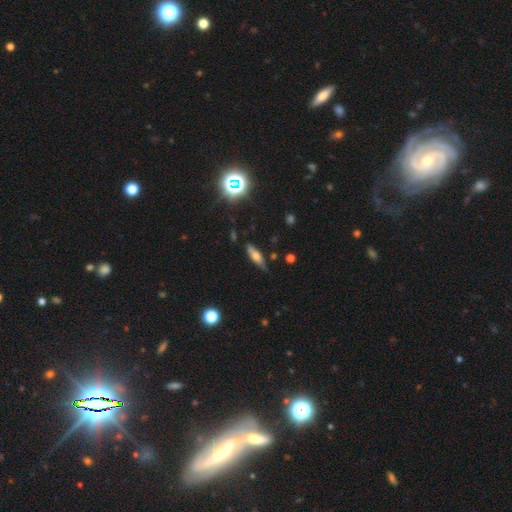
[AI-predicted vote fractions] Overall: smooth (54%; featured or disk 34%). How rounded: cigar-shaped (50%; in between 46%). Merging: none (78%).